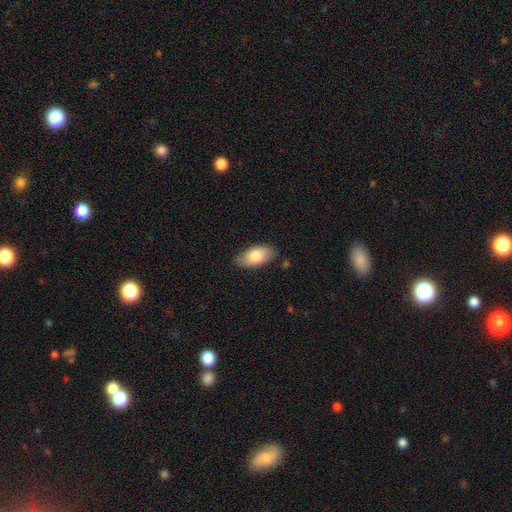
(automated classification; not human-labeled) This appears to be a smooth galaxy with no disk features (81%) that is in between round and cigar-shaped (94%). Merging: none (80%).